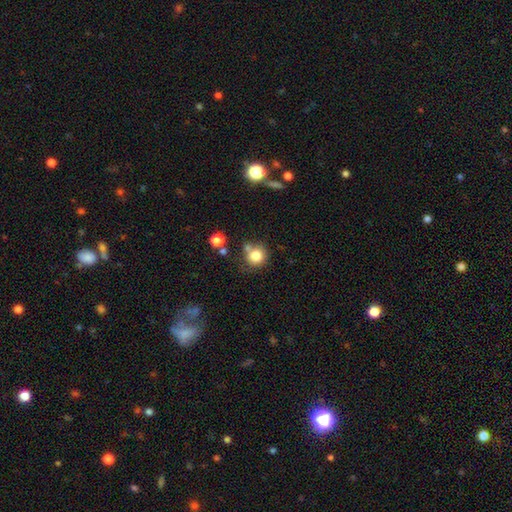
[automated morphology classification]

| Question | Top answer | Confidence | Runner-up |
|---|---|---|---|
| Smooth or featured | smooth | 81% | star or artifact (11%) |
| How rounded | round | 90% | in between (10%) |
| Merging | none | 61% | merger (19%) |